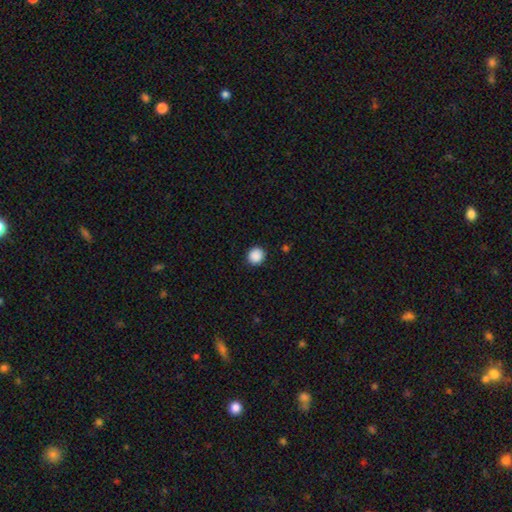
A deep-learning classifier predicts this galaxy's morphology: Q: Smooth or featured?
A: smooth (89%); runner-up: star or artifact (9%)
Q: How rounded?
A: round (92%); runner-up: in between (7%)
Q: Merging?
A: none (91%); runner-up: minor disturbance (6%)